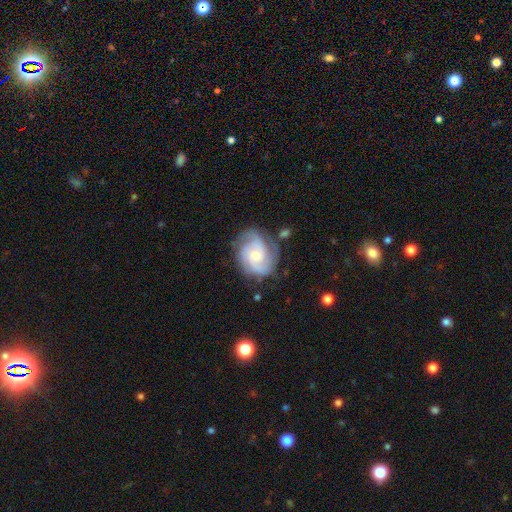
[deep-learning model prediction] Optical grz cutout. It shows a featured or disk galaxy (81%) with no bar (67%), 2 (42%) tight (47%) spiral arms (96%) and a small central bulge (59%). Merging: none (68%).